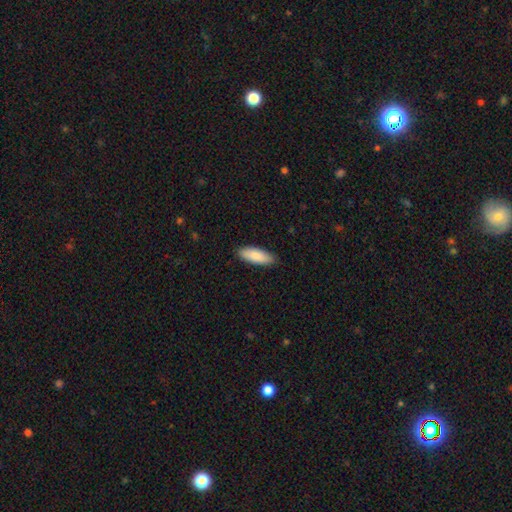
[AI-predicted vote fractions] This appears to be a smooth galaxy with no disk features (87%) that is in between round and cigar-shaped (70%). Merging: none (87%).